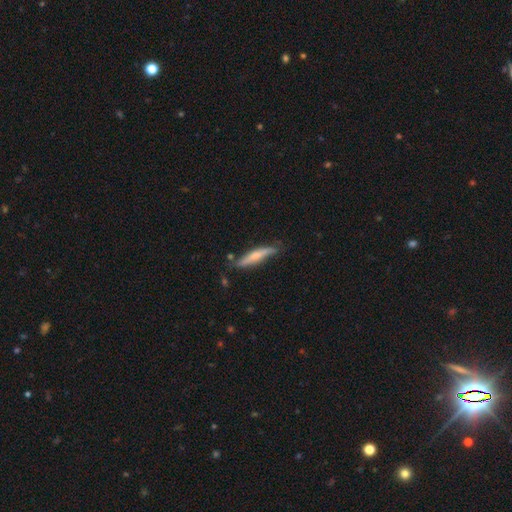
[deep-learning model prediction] This is possibly a smooth galaxy (53%). How rounded: clearly cigar-shaped (89%). Merging: likely none (69%).